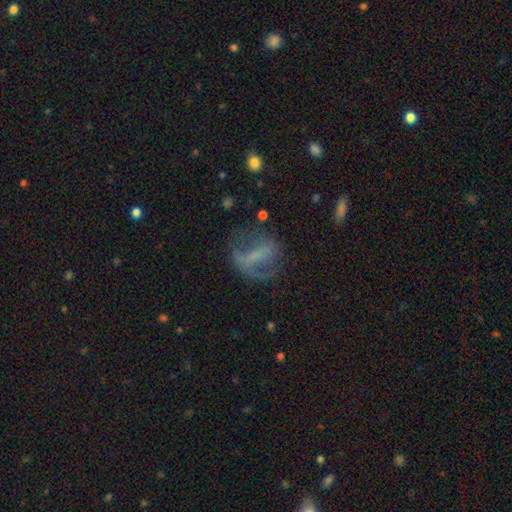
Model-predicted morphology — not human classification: A featured or disk galaxy (57%) with a strong bar (47%), spiral arms (50%, tied with no) and no central bulge (49%).

Vote fractions:
- Smooth or featured? featured or disk: 57% / smooth: 29% / star or artifact: 13%
- Edge-on disk? no: 90% / yes: 10%
- Bar? strong: 47% / weak: 30% / no: 23%
- Spiral arms? yes: 50% (tied) / no: 50% (tied)
- Bulge size? none: 49% / small: 33% / moderate: 14% / large: 3% / dominant: 1%
- Merging? none: 52% / major disturbance: 25% / minor disturbance: 20% / merger: 3%